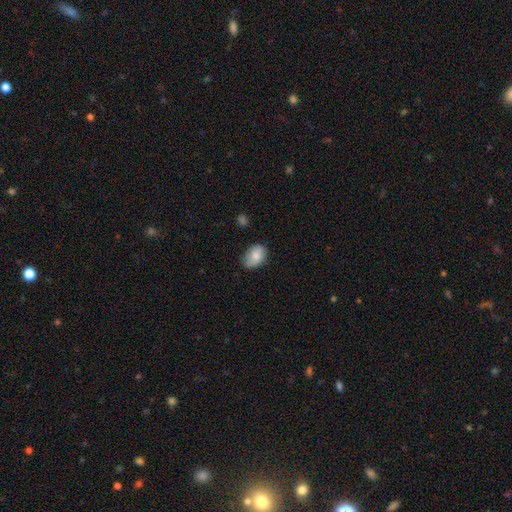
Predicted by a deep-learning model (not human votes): smooth_or_featured: smooth (p=0.82) [alt: featured or disk p=0.10]
how_rounded: in between (p=0.83) [alt: round p=0.15]
merging: none (p=0.65) [alt: minor disturbance p=0.29]